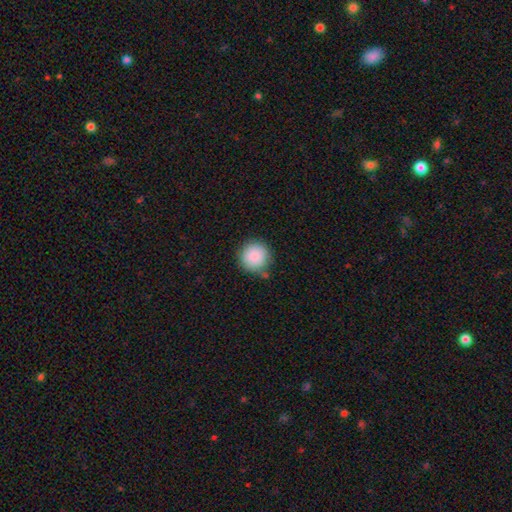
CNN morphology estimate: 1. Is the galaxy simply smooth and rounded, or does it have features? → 89% smooth, 8% star or artifact, 4% featured or disk.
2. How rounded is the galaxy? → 94% round, 5% in between, 1% cigar-shaped.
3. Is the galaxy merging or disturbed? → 82% none, 12% minor disturbance, 3% major disturbance, 3% merger.